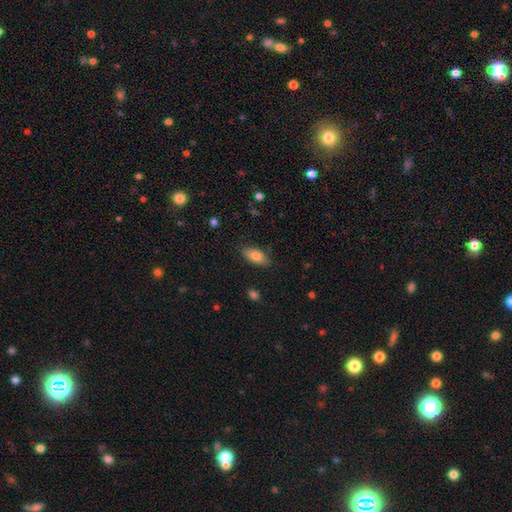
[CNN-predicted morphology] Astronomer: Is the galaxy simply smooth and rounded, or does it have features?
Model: smooth — 82%.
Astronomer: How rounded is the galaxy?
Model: in between — 86%.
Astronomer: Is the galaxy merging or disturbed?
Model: none — 83%.